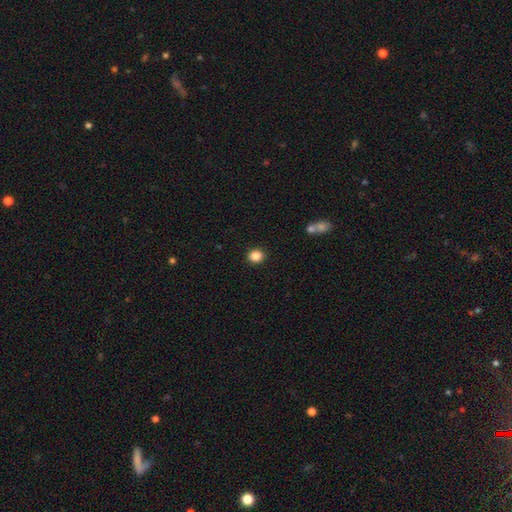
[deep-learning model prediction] Smooth or featured?
  - smooth: 86% *
  - star or artifact: 10%
  - featured or disk: 4%
How rounded?
  - round: 82% *
  - in between: 17%
  - cigar-shaped: 1%
Merging?
  - none: 92% *
  - minor disturbance: 5%
  - major disturbance: 2%
  - merger: 1%